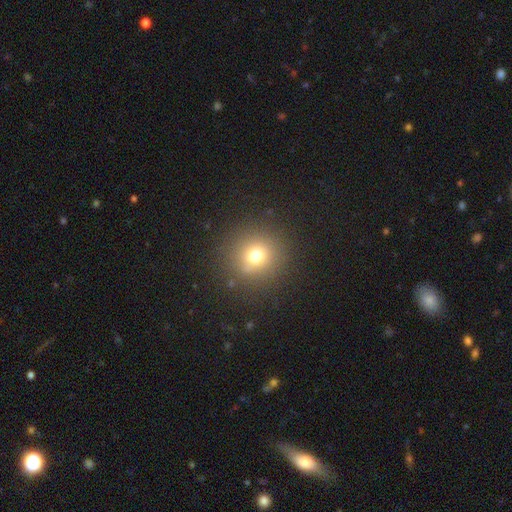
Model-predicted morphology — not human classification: The model was most divided on "smooth or featured": smooth: 71%, star or artifact: 18%, featured or disk: 10%. More confident: how rounded — round (92%); merging — none (86%).